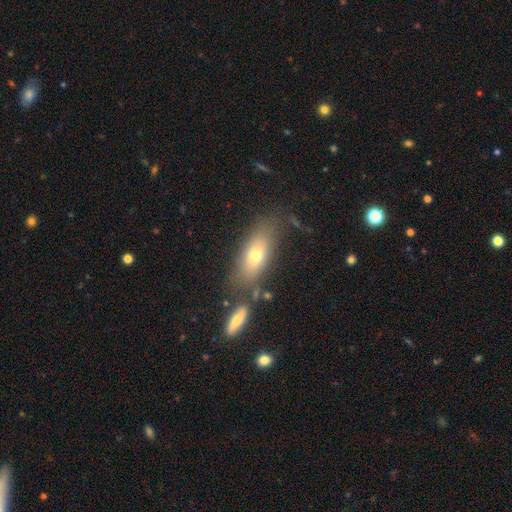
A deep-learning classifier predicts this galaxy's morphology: smooth 65%, featured or disk 25%, star or artifact 10%. Down the decision tree: how rounded — in between (70%); merging — none (67%).